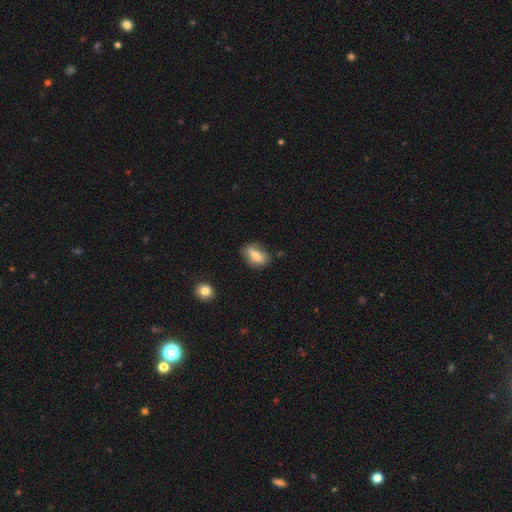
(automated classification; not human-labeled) smooth 65%, featured or disk 26%, star or artifact 9%. Down the decision tree: how rounded — in between (80%); merging — none (63%).